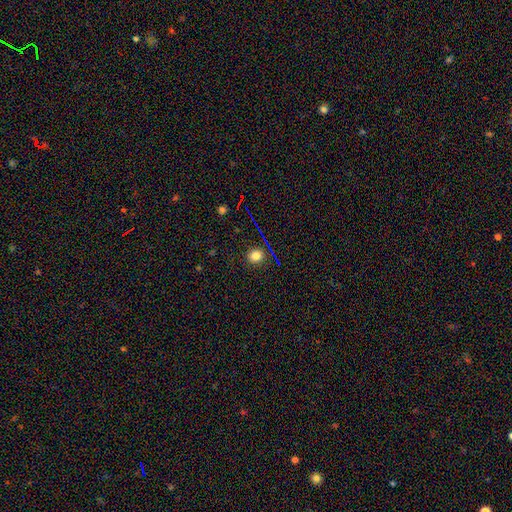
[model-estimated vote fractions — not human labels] This appears to be a smooth galaxy with no disk features (76%) that is round (82%). Merging: none (87%).